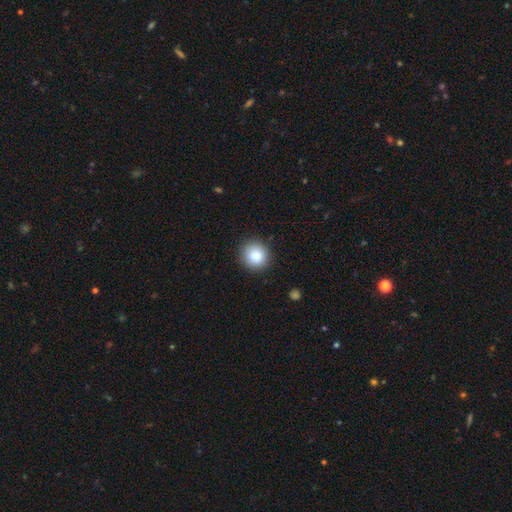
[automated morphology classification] type=smooth (85%); roundness=round (90%); merging=none (90%).